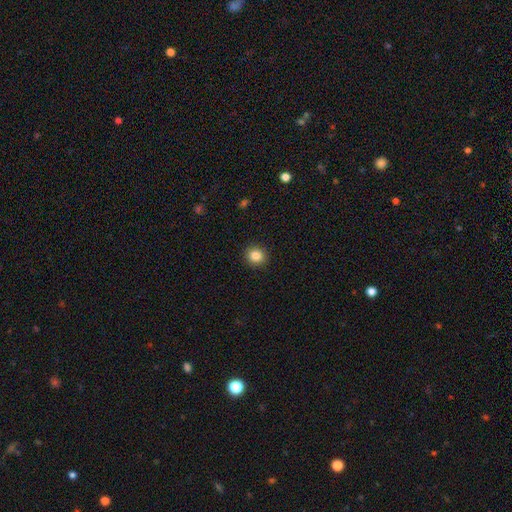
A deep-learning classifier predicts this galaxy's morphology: smooth_or_featured: smooth (p=0.86) [alt: star or artifact p=0.10]
how_rounded: round (p=0.84) [alt: in between p=0.15]
merging: none (p=0.91) [alt: minor disturbance p=0.06]